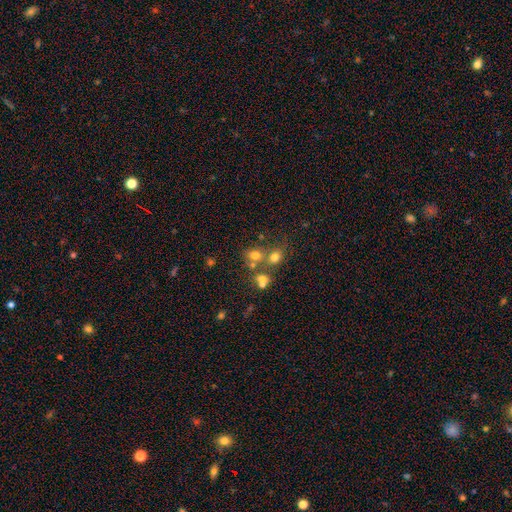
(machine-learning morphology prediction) type=smooth (64%); roundness=round (68%); merging=none (47%).